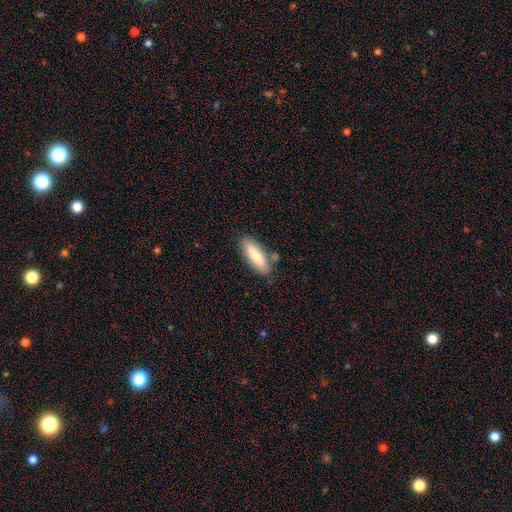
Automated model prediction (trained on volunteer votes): Q: Smooth or featured?
A: smooth (81%); runner-up: featured or disk (13%)
Q: How rounded?
A: in between (54%); runner-up: cigar-shaped (44%)
Q: Merging?
A: none (78%); runner-up: minor disturbance (14%)